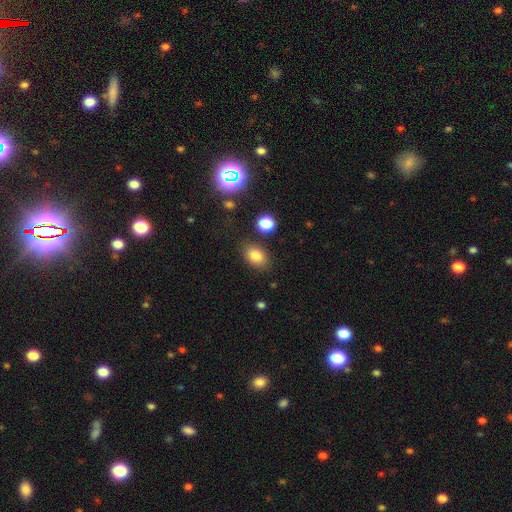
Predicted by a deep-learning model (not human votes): Q: Smooth or featured?
A: smooth (82%); runner-up: star or artifact (11%)
Q: How rounded?
A: in between (78%); runner-up: round (20%)
Q: Merging?
A: none (81%); runner-up: minor disturbance (12%)